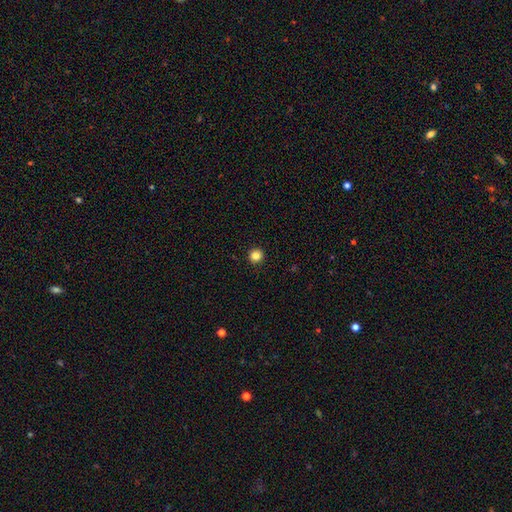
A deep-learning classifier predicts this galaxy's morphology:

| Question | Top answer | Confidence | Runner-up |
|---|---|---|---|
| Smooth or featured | smooth | 84% | star or artifact (12%) |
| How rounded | round | 95% | in between (4%) |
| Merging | none | 94% | minor disturbance (4%) |